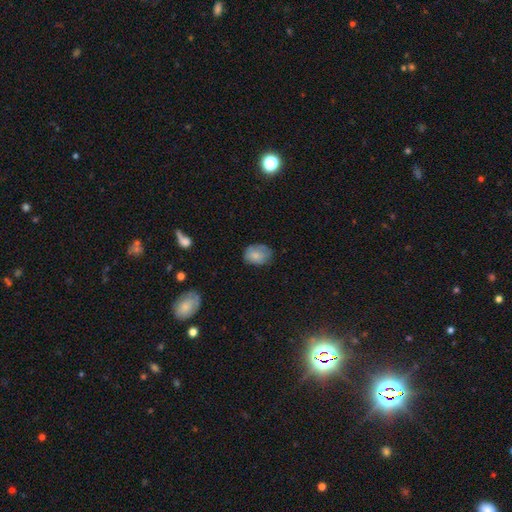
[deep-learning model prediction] Smooth or featured? Predicted: smooth (p=0.78). How rounded? Predicted: in between (p=0.72). Merging? Predicted: none (p=0.65).